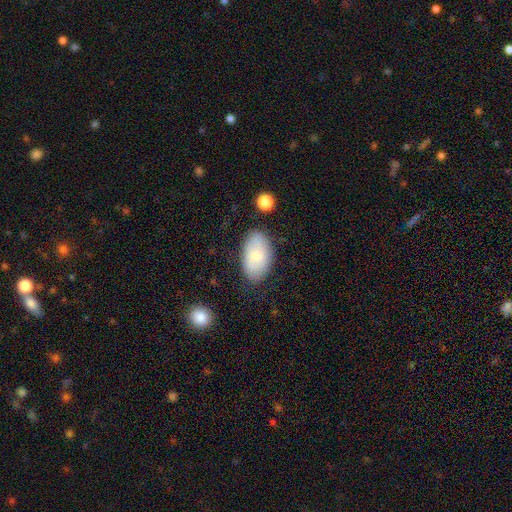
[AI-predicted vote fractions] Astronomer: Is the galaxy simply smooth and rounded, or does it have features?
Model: smooth — 75%.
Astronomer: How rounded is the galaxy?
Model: in between — 94%.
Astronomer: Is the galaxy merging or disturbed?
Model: none — 77%.